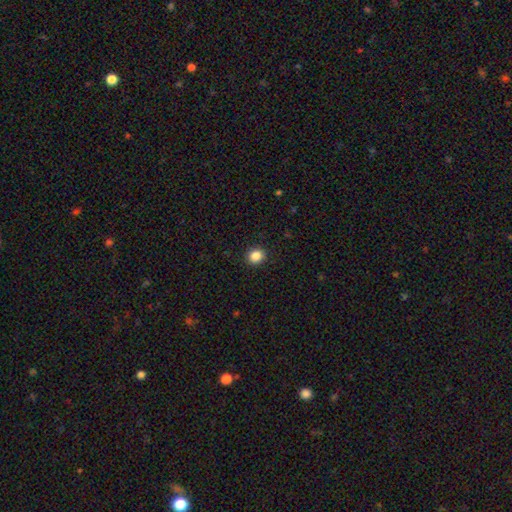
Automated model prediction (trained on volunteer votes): smooth 86%, star or artifact 10%, featured or disk 4%. Down the decision tree: how rounded — round (75%); merging — none (92%).